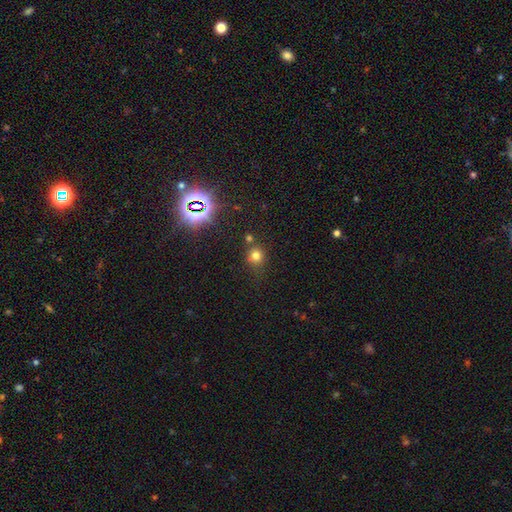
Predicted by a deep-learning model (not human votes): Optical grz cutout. It shows a smooth galaxy with no disk features (72%) that is round (86%). Merging: none (70%).